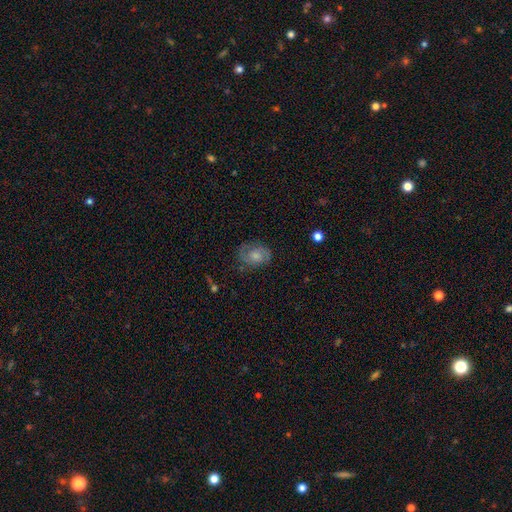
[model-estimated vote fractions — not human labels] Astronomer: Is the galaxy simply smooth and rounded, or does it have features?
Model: featured or disk — 49% (runner-up: smooth, 42%).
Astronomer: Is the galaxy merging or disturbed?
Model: none — 69%.